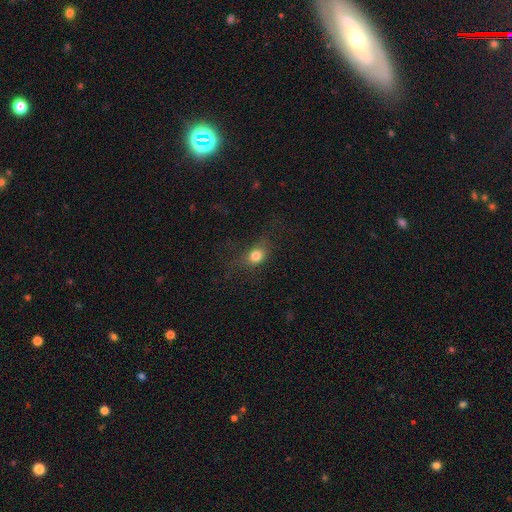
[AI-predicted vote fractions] smooth_or_featured: smooth (p=0.75) [alt: star or artifact p=0.15]
how_rounded: round (p=0.50) [alt: in between p=0.46]
merging: none (p=0.63) [alt: minor disturbance p=0.20]